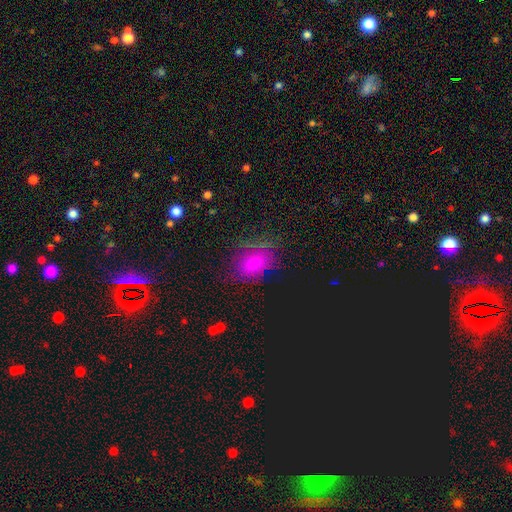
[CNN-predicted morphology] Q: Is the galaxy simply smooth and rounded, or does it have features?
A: smooth — 65%.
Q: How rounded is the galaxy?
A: in between — 78%.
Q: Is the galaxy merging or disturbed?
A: none — 66%.